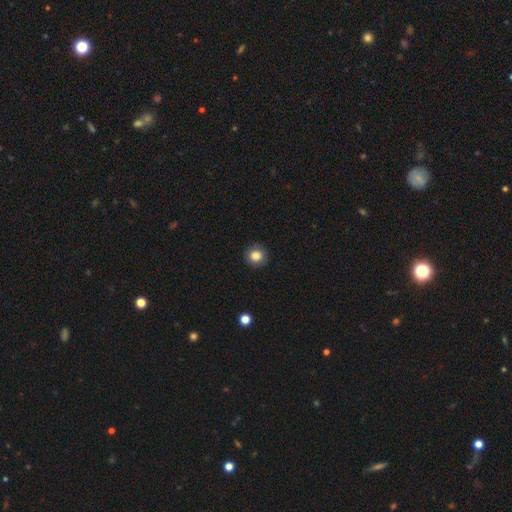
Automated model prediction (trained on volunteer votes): This is clearly a smooth galaxy (84%). How rounded: clearly round (89%). Merging: clearly none (89%).